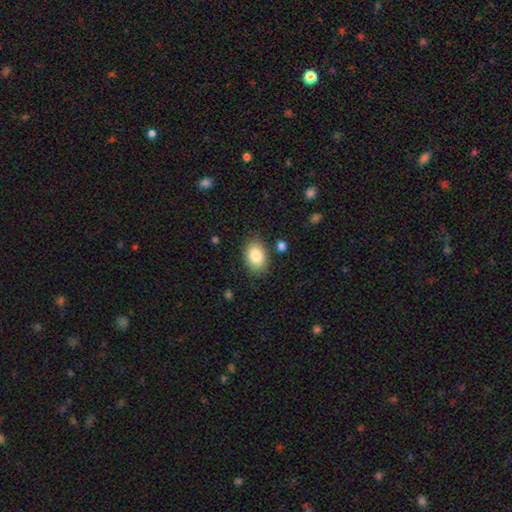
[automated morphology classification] smooth 85%, featured or disk 7%, star or artifact 7%. Down the decision tree: how rounded — in between (85%); merging — none (83%).